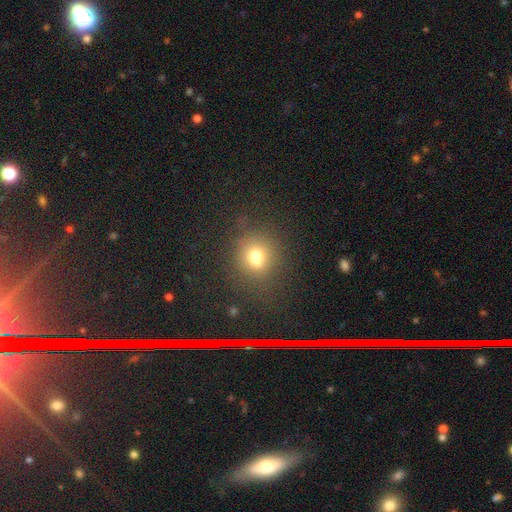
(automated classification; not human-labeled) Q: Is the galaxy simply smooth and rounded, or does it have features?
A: smooth — 67%.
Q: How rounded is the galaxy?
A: round — 82%.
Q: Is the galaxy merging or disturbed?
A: none — 47%.